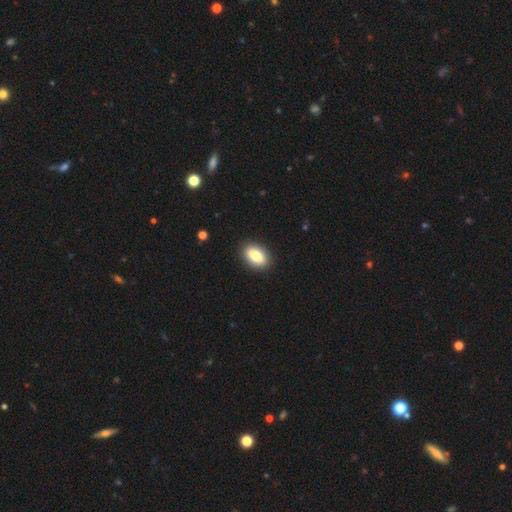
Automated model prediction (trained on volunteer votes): Morphology: type=smooth (83%); roundness=in between (89%); merging=none (90%).